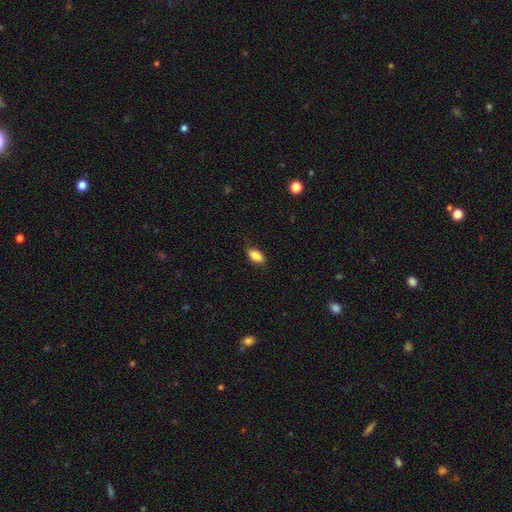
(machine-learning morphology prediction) Overall: smooth (86%). How rounded: in between (90%). Merging: none (82%).